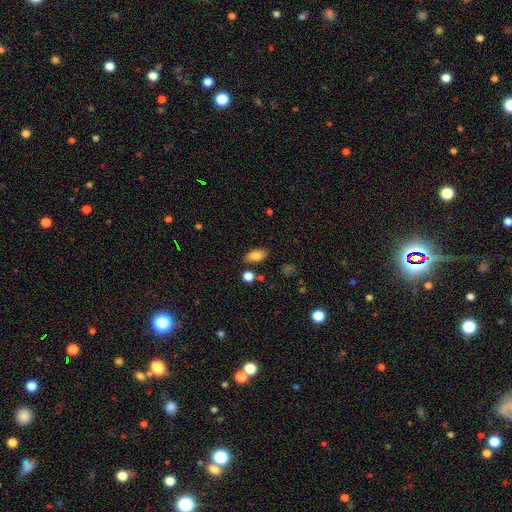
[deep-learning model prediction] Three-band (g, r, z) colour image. It shows a smooth galaxy with no disk features (82%) that is in between round and cigar-shaped (89%). Merging: none (82%).